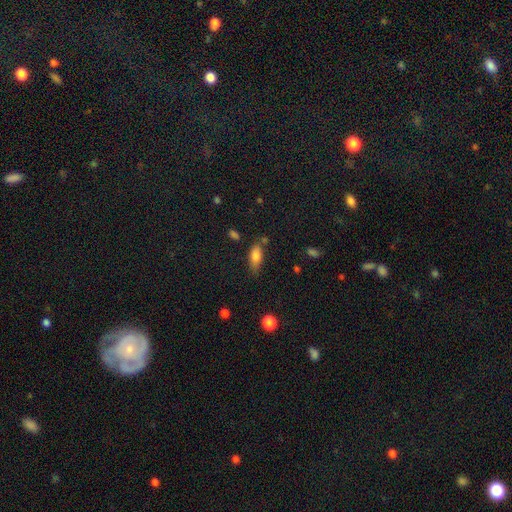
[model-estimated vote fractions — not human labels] Smooth or featured? smooth (81%)
How rounded? in between (80%)
Merging? none (61%)